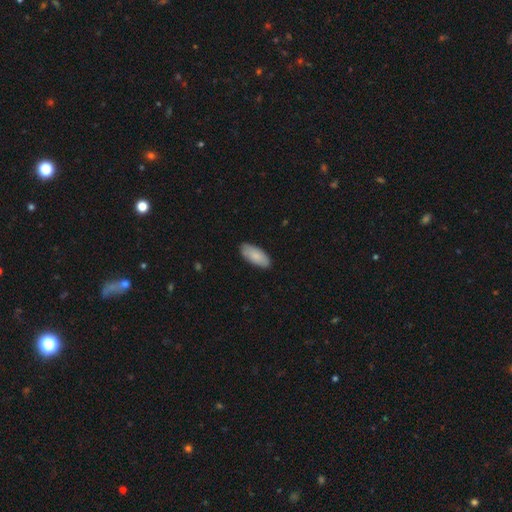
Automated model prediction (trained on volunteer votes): Smooth or featured?
  - smooth: 85% *
  - featured or disk: 10%
  - star or artifact: 5%
How rounded?
  - in between: 89% *
  - cigar-shaped: 9%
  - round: 2%
Merging?
  - none: 85% *
  - minor disturbance: 12%
  - major disturbance: 2%
  - merger: 1%